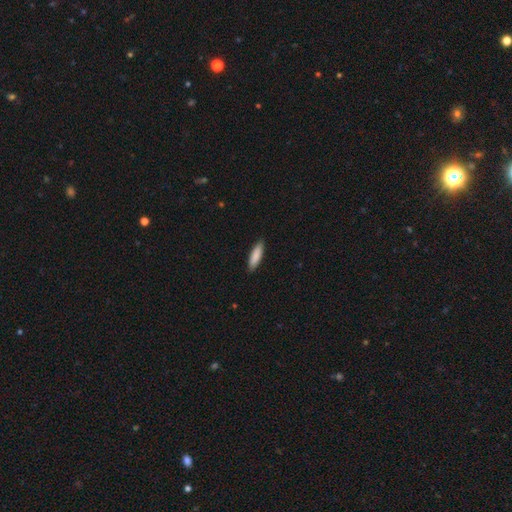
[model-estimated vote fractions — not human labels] The model was most divided on "how rounded": cigar-shaped: 65%, in between: 34%, round: 1%. More confident: merging — none (88%); smooth or featured — smooth (87%).